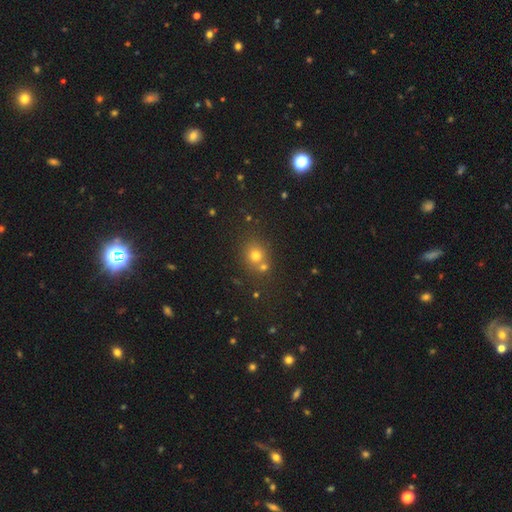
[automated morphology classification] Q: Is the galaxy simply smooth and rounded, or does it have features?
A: smooth — 70%.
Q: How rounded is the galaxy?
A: round — 78%.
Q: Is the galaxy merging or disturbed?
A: none — 62%.